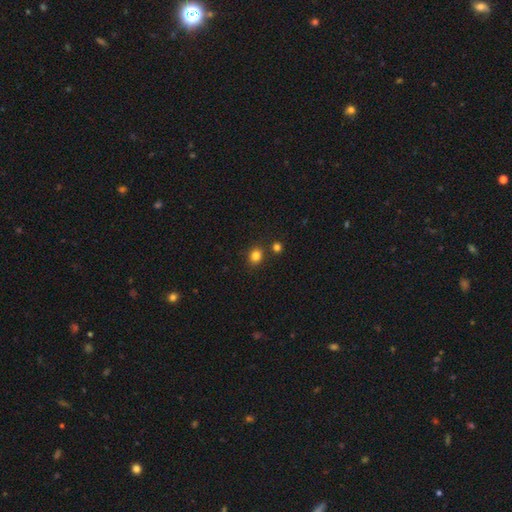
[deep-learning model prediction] smooth_or_featured: smooth (p=0.82) [alt: star or artifact p=0.13]
how_rounded: round (p=0.71) [alt: in between p=0.29]
merging: none (p=0.80) [alt: minor disturbance p=0.09]